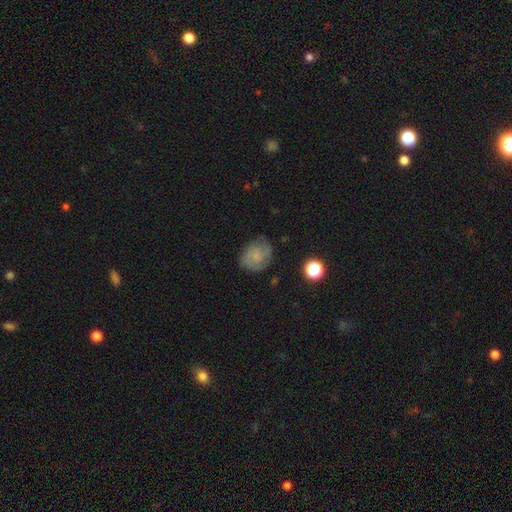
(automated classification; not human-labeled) This appears to be a featured or disk galaxy (47%). Merging: none (71%).